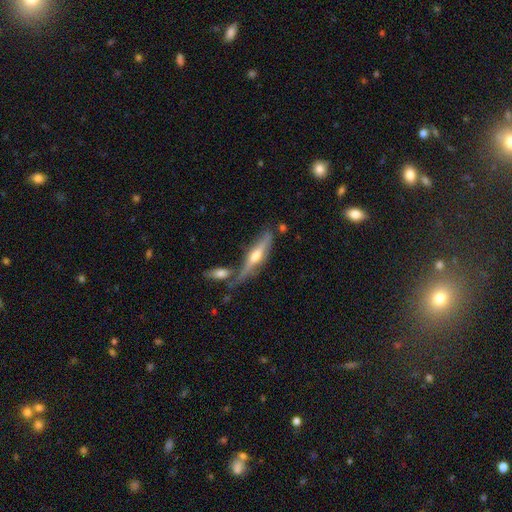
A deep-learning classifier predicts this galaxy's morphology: Smooth or featured? Predicted: featured or disk (p=0.63). Edge-on disk? Predicted: yes (p=0.90). Edge-on bulge? Predicted: rounded (p=0.89). Merging? Predicted: none (p=0.54).